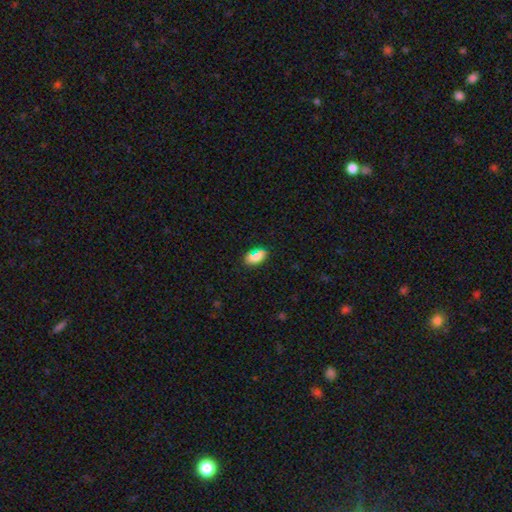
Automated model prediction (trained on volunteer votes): smooth 78%, star or artifact 11%, featured or disk 11%. Down the decision tree: how rounded — in between (88%); merging — none (77%).